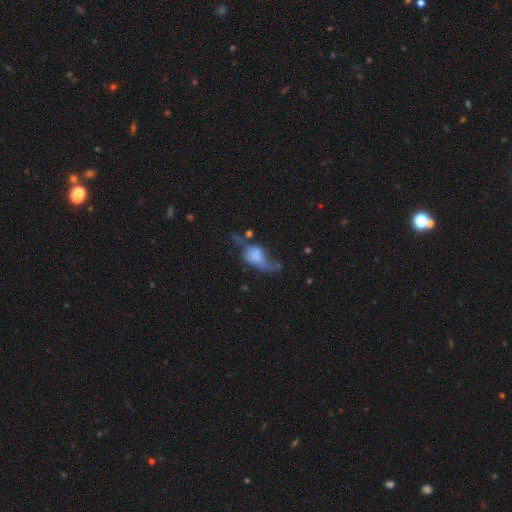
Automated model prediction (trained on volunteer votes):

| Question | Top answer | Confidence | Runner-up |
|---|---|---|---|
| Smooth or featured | smooth | 54% | featured or disk (36%) |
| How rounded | in between | 75% | round (21%) |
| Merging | major disturbance | 48% | minor disturbance (20%) |